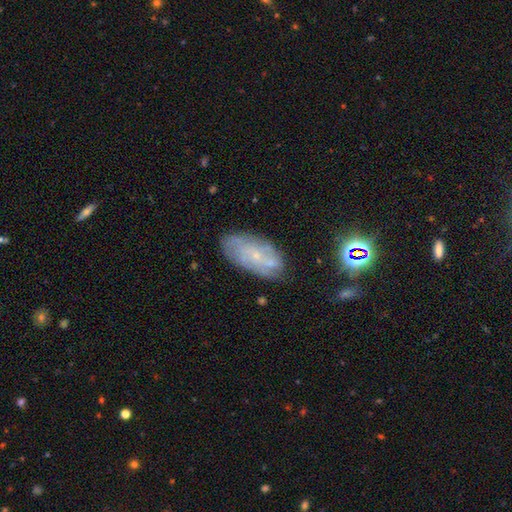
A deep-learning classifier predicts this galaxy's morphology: This is likely a featured or disk galaxy (63%). It is clearly not viewed edge-on (93%). Bar: likely no (75%). Spiral arm pattern: likely yes (76%). Central bulge: clearly small (81%). Merging: likely none (68%).